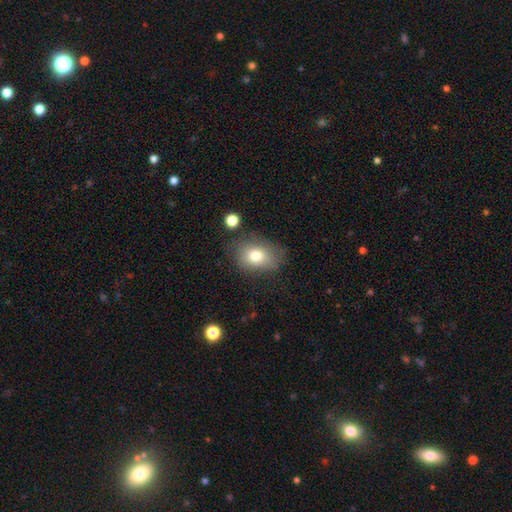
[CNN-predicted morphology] The model was most divided on "how rounded": in between: 67%, round: 32%, cigar-shaped: 1%. More confident: smooth or featured — smooth (77%); merging — none (67%).